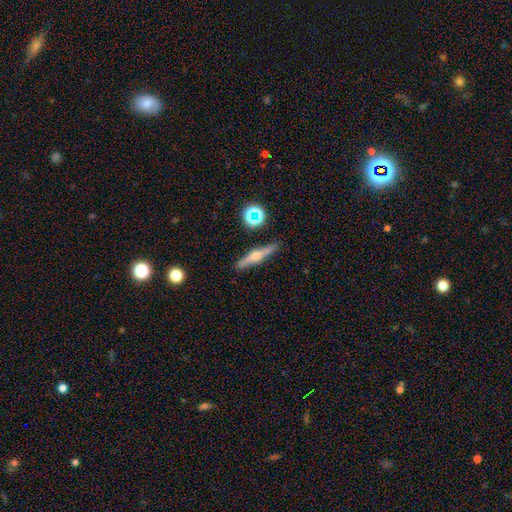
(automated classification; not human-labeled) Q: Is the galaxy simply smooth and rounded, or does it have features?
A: featured or disk — 66%.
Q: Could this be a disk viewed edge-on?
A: yes — 96%.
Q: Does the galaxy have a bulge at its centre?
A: rounded — 93%.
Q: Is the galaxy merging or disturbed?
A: none — 89%.